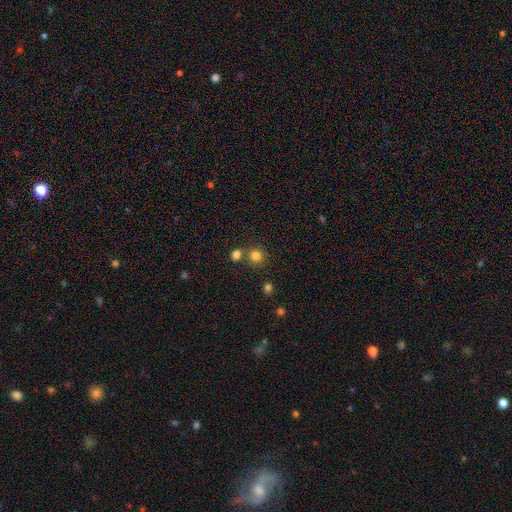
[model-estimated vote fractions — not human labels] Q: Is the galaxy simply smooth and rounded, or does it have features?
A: smooth — 80%.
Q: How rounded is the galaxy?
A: round — 88%.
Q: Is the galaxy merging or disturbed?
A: none — 69%.